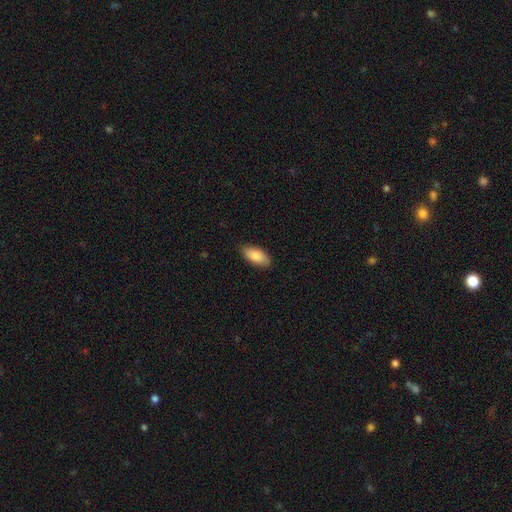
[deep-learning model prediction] Smooth or featured?
  - smooth: 85% *
  - featured or disk: 9%
  - star or artifact: 6%
How rounded?
  - in between: 88% *
  - cigar-shaped: 10%
  - round: 2%
Merging?
  - none: 86% *
  - minor disturbance: 11%
  - major disturbance: 2%
  - merger: 1%